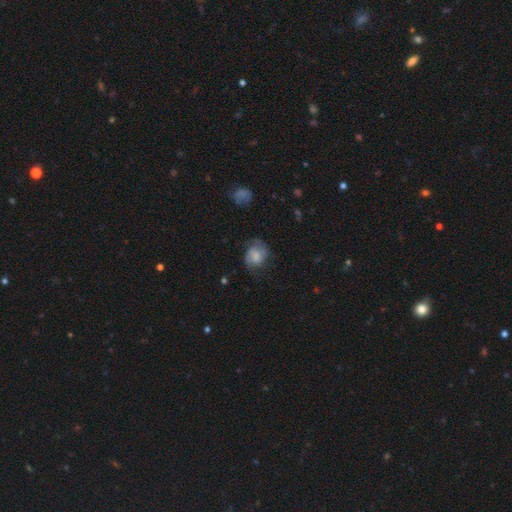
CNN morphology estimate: smooth-or-featured: featured or disk: 52% | smooth: 40% | star or artifact: 8%
  disk-edge-on: no: 97% | yes: 3%
    bar: no: 57% | weak: 36% | strong: 7%
    has-spiral-arms: yes: 87% | no: 13%
    bulge-size: small: 35% | moderate: 34% | none: 18% | large: 11% | dominant: 2%
  merging: none: 60% | minor disturbance: 24% | major disturbance: 14% | merger: 2%